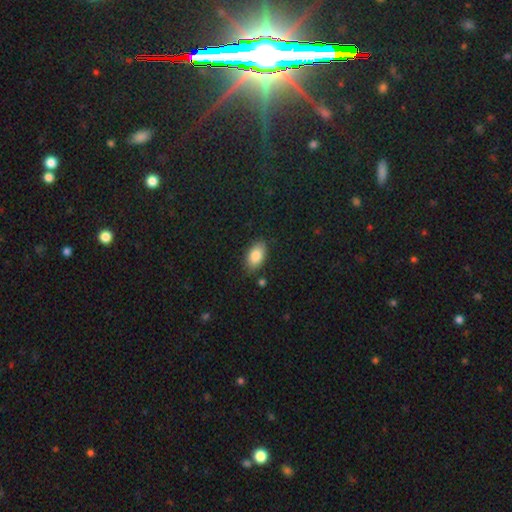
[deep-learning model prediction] smooth-or-featured: smooth: 86% | star or artifact: 7% | featured or disk: 7%
  how-rounded: in between: 92% | round: 6% | cigar-shaped: 2%
  merging: none: 83% | minor disturbance: 12% | major disturbance: 3% | merger: 2%